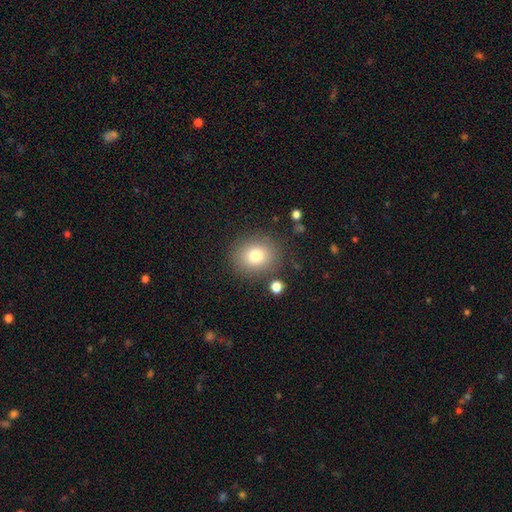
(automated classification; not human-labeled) smooth 77%, star or artifact 12%, featured or disk 11%. Down the decision tree: how rounded — round (73%); merging — none (83%).